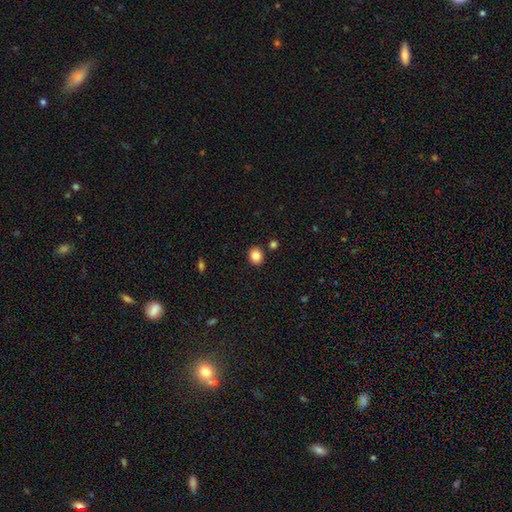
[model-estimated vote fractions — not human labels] A smooth galaxy with no disk features (86%) that is round (71%).

Vote fractions:
- Smooth or featured? smooth: 86% / star or artifact: 10% / featured or disk: 4%
- How rounded? round: 71% / in between: 28% / cigar-shaped: 1%
- Merging? none: 87% / minor disturbance: 7% / merger: 4% / major disturbance: 2%